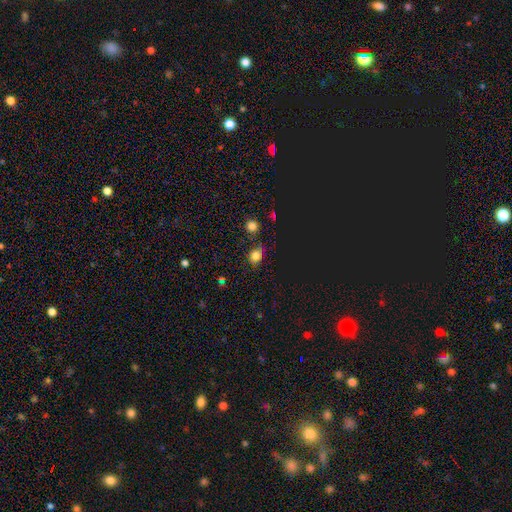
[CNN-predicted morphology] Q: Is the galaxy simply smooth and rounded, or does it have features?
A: smooth — 70%.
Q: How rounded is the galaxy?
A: round — 63%.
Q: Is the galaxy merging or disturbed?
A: none — 71%.